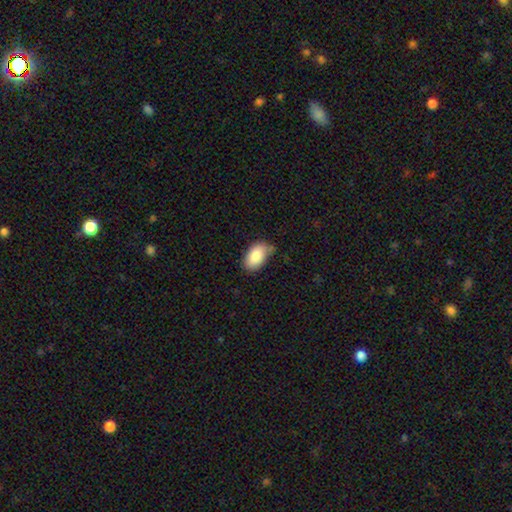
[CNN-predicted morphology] smooth 87%, star or artifact 7%, featured or disk 6%. Down the decision tree: how rounded — in between (94%); merging — none (71%).